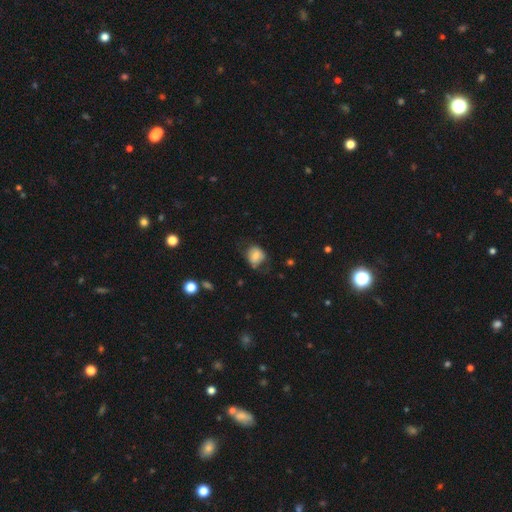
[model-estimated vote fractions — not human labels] This is likely a smooth galaxy (75%). How rounded: possibly round (58%). Merging: possibly none (55%).